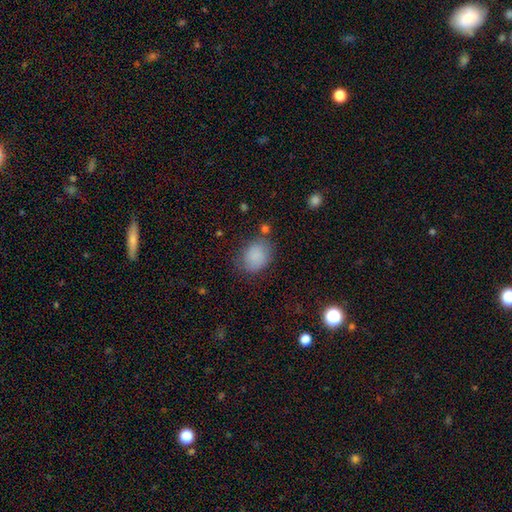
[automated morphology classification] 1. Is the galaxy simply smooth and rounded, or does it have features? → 84% smooth, 8% star or artifact, 7% featured or disk.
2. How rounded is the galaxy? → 55% in between, 44% round, 1% cigar-shaped.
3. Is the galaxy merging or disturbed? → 68% none, 22% minor disturbance, 7% major disturbance, 4% merger.